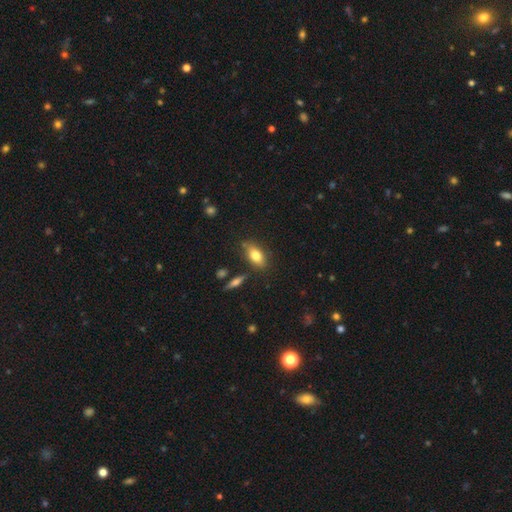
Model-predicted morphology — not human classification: smooth 76%, featured or disk 16%, star or artifact 8%. Down the decision tree: how rounded — in between (84%); merging — none (74%).